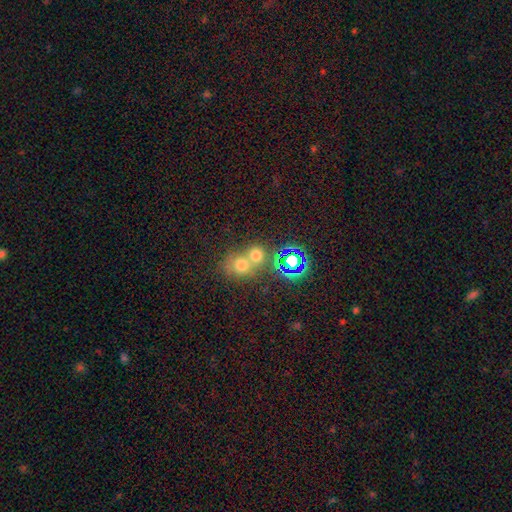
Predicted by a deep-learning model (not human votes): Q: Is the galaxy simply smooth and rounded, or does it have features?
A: smooth — 65%.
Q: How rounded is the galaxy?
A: round — 78%.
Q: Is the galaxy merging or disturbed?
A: merger — 51%.